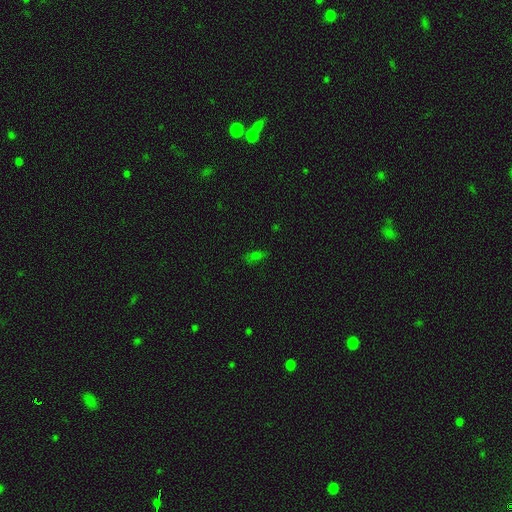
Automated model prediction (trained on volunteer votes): smooth-or-featured: smooth: 61% | star or artifact: 27% | featured or disk: 12%
  how-rounded: in between: 75% | cigar-shaped: 15% | round: 9%
  merging: none: 75% | minor disturbance: 17% | major disturbance: 5% | merger: 2%